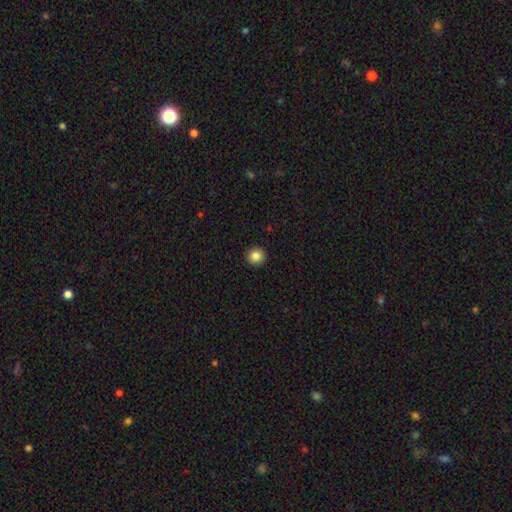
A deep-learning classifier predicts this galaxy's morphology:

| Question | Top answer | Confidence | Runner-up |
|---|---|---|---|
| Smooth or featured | smooth | 86% | star or artifact (10%) |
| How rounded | round | 95% | in between (4%) |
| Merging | none | 93% | minor disturbance (4%) |